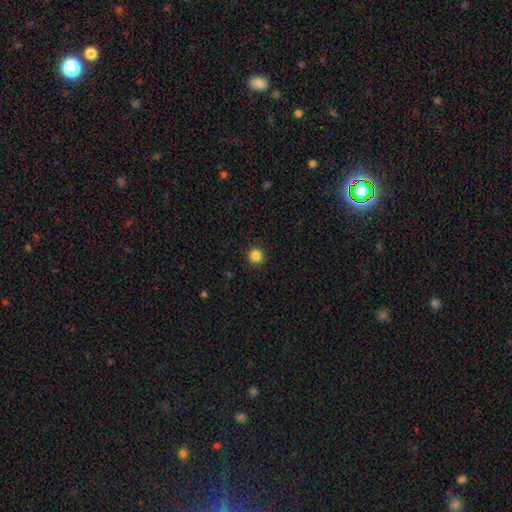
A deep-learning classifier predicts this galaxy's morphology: A smooth galaxy with no disk features (85%) that is round (95%). Merging: none (92%).